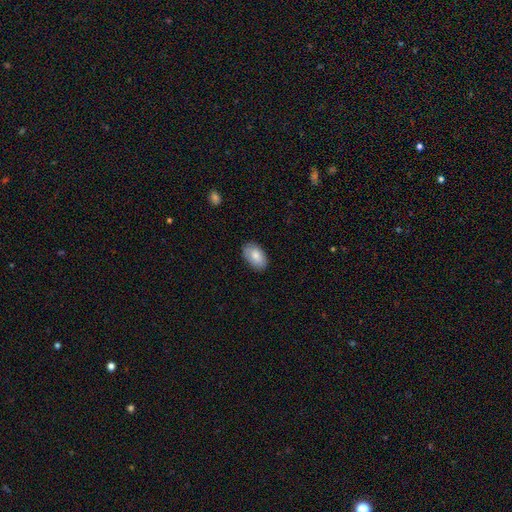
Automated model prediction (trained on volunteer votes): Q: Smooth or featured?
A: smooth (81%); runner-up: featured or disk (12%)
Q: How rounded?
A: in between (93%); runner-up: round (5%)
Q: Merging?
A: none (85%); runner-up: minor disturbance (12%)